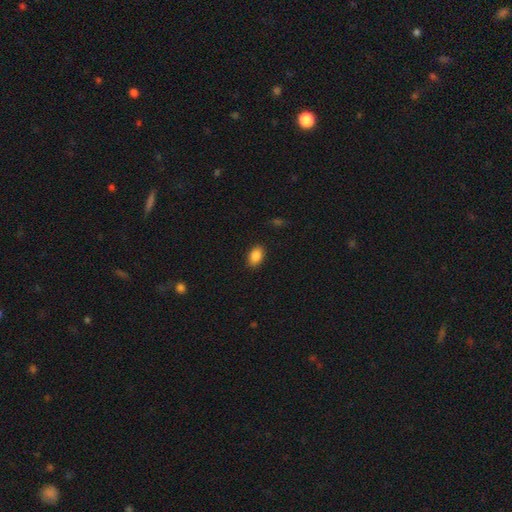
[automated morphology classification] A smooth galaxy with no disk features (88%) that is in between round and cigar-shaped (83%).

Vote fractions:
- Smooth or featured? smooth: 88% / star or artifact: 8% / featured or disk: 4%
- How rounded? in between: 83% / round: 16% / cigar-shaped: 1%
- Merging? none: 88% / minor disturbance: 9% / major disturbance: 2% / merger: 1%